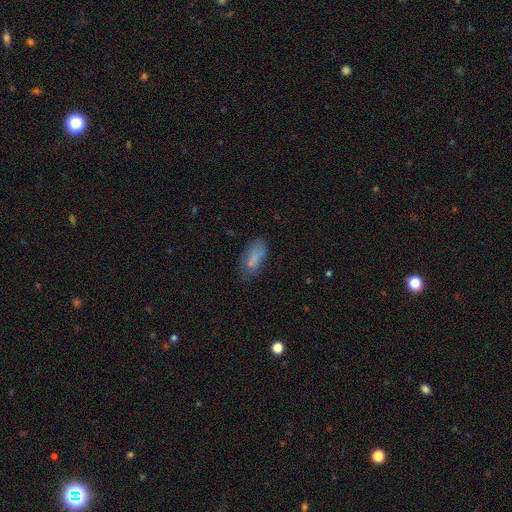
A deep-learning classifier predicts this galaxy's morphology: Smooth or featured? smooth (76%)
How rounded? in between (82%)
Merging? none (59%)